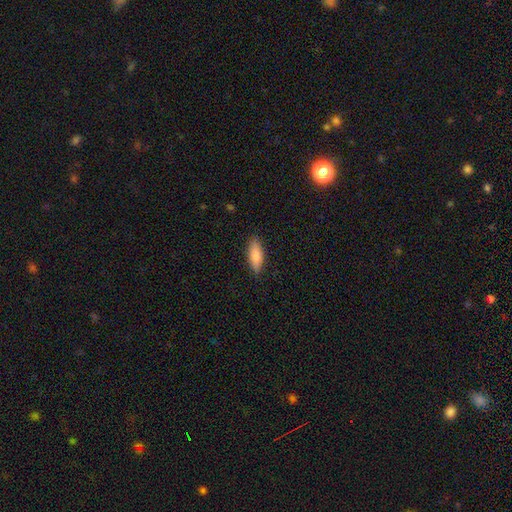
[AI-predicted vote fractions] Smooth or featured? smooth (86%)
How rounded? in between (67%)
Merging? none (84%)